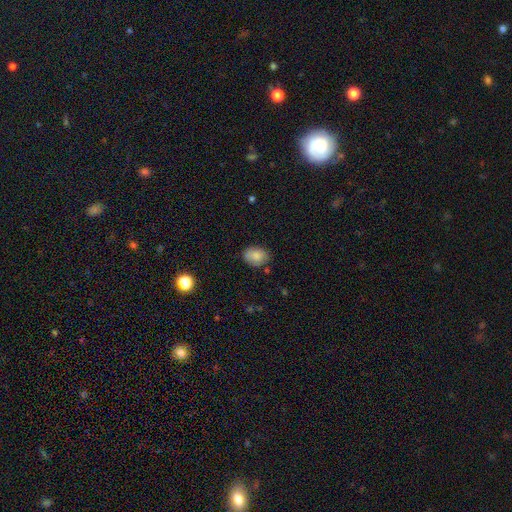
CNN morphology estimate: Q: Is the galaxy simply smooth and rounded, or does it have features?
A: smooth — 83%.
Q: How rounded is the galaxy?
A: in between — 70%.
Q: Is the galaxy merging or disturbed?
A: none — 77%.